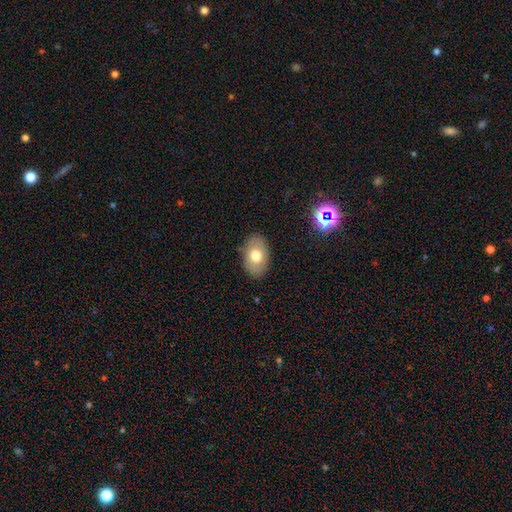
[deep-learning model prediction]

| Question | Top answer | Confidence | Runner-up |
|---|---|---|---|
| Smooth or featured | smooth | 68% | featured or disk (24%) |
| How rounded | in between | 86% | round (13%) |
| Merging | none | 85% | minor disturbance (11%) |